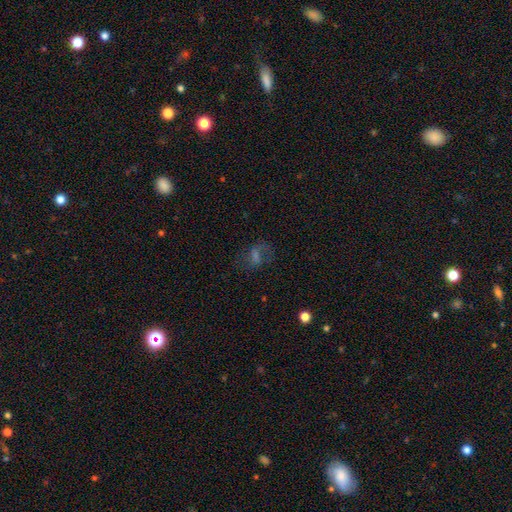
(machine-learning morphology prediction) A featured or disk galaxy (41%). Merging: none (60%).